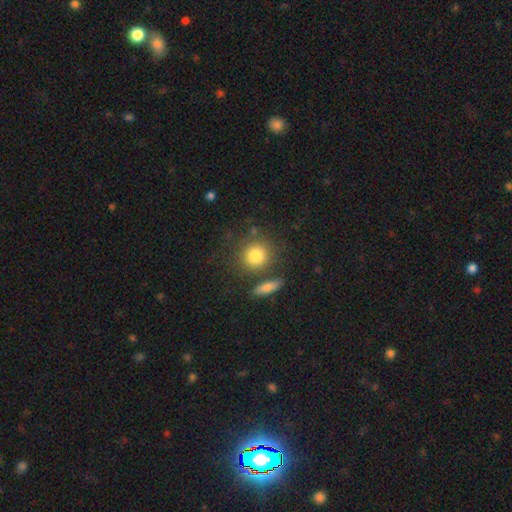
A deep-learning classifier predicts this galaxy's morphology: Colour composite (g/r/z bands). It shows a smooth galaxy with no disk features (81%) that is round (85%). Merging: none (71%).